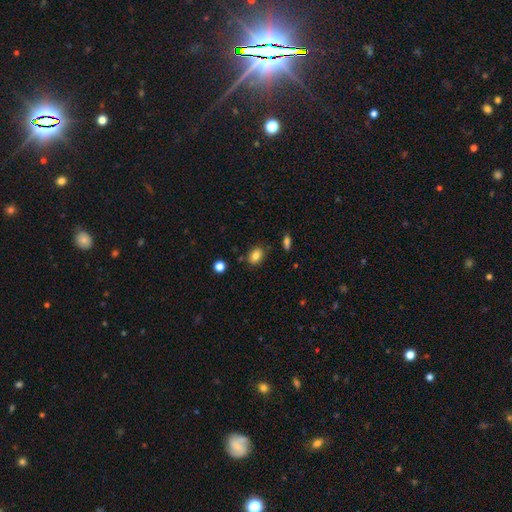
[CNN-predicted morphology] This appears to be a smooth galaxy with no disk features (83%) that is in between round and cigar-shaped (72%). Merging: none (80%).